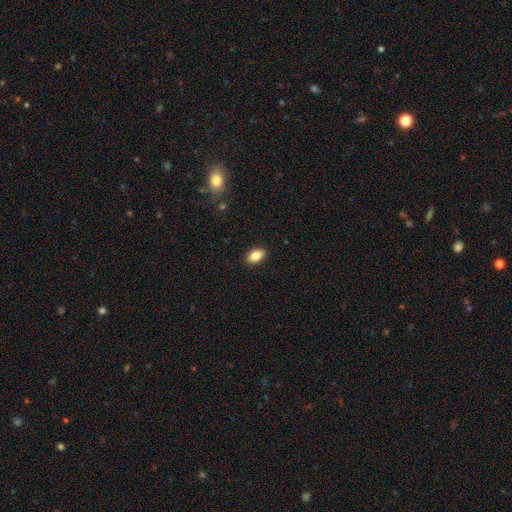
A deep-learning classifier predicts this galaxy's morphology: Smooth or featured: smooth — 85% (star or artifact — 8%)
How rounded: in between — 89% (round — 10%)
Merging: none — 90% (minor disturbance — 7%)